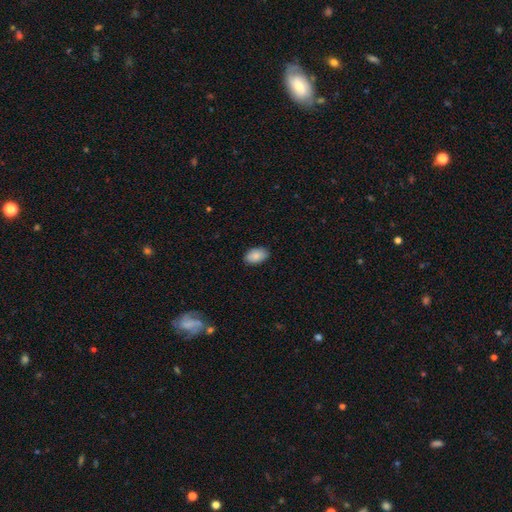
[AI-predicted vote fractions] smooth_or_featured: smooth (p=0.88) [alt: star or artifact p=0.07]
how_rounded: in between (p=0.93) [alt: round p=0.06]
merging: none (p=0.88) [alt: minor disturbance p=0.10]